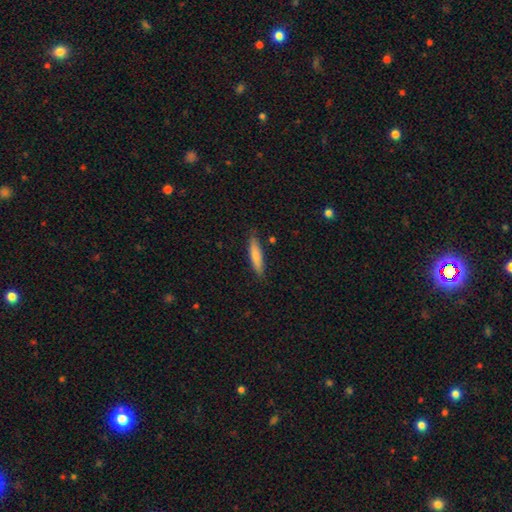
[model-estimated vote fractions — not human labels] Smooth or featured? smooth (77%)
How rounded? cigar-shaped (83%)
Merging? none (85%)